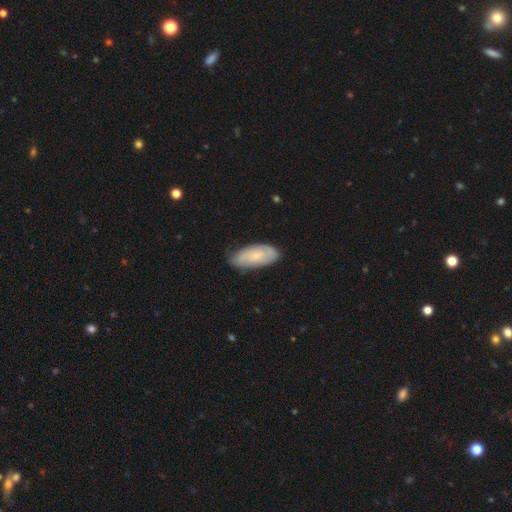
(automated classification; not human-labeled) This is possibly a smooth galaxy (59%). How rounded: clearly in between (87%). Merging: likely none (73%).